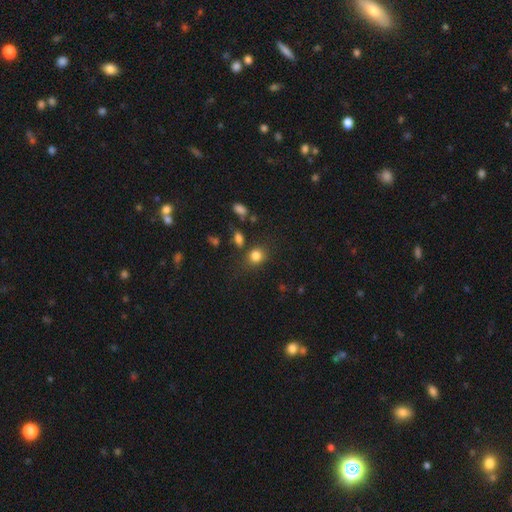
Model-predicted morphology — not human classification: Smooth or featured: smooth — 82% (star or artifact — 12%)
How rounded: round — 64% (in between — 35%)
Merging: none — 72% (minor disturbance — 14%)